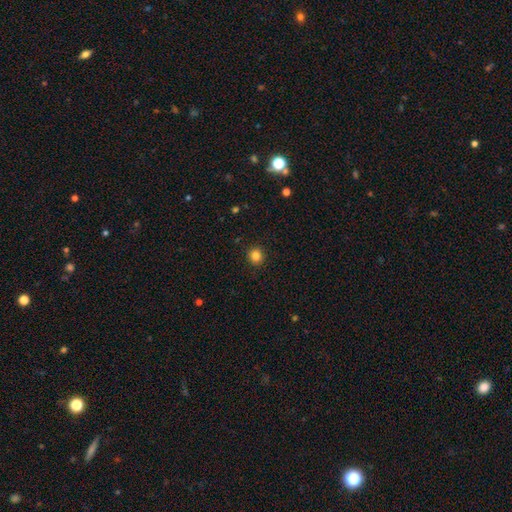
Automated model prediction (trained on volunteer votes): The model was most divided on "smooth or featured": smooth: 83%, star or artifact: 12%, featured or disk: 5%. More confident: merging — none (92%); how rounded — round (91%).